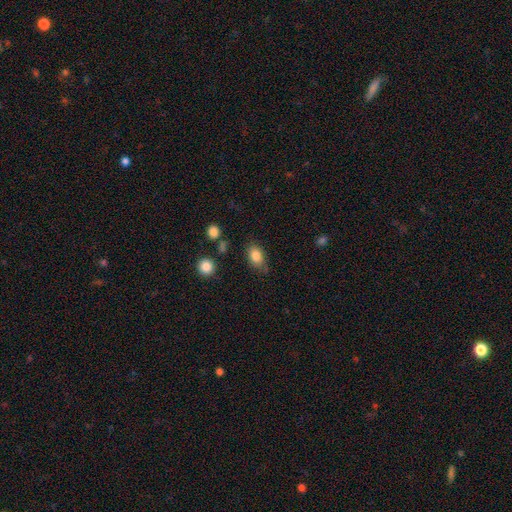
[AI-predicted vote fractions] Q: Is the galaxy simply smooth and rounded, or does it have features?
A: smooth — 83%.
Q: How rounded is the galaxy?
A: in between — 79%.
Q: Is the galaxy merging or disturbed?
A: none — 71%.